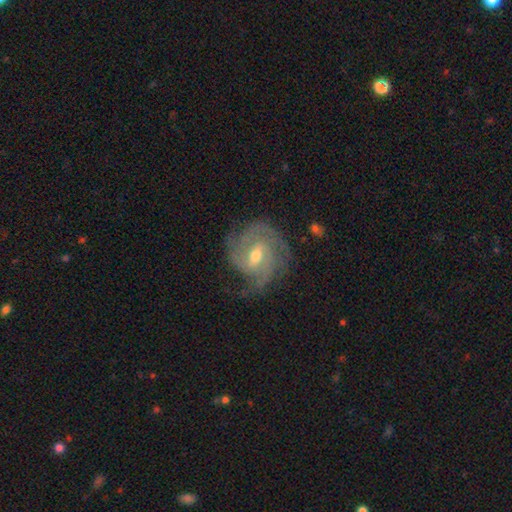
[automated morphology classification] This is clearly a featured or disk galaxy (87%). It is clearly not viewed edge-on (97%). Bar: possibly weak (55%). Spiral arm pattern: clearly yes (97%). Spiral arm count: marginally 3 (40%). Spiral winding: possibly tight (56%). Central bulge: likely moderate (63%). Merging: likely none (70%).